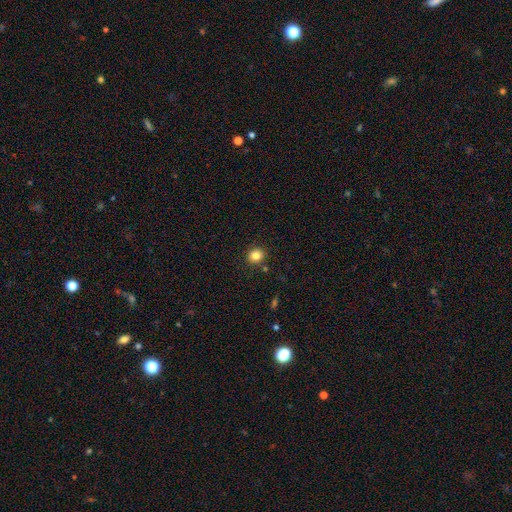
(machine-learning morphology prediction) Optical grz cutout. It shows a smooth galaxy with no disk features (84%) that is round (83%). Merging: none (89%).